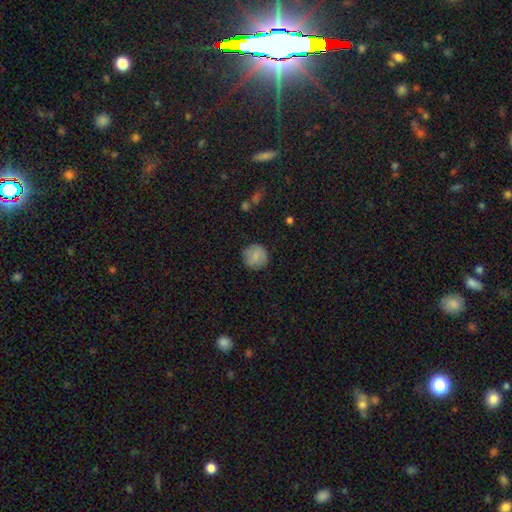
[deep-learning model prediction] Q: Smooth or featured?
A: smooth (80%); runner-up: featured or disk (13%)
Q: How rounded?
A: round (92%); runner-up: in between (7%)
Q: Merging?
A: none (84%); runner-up: minor disturbance (11%)